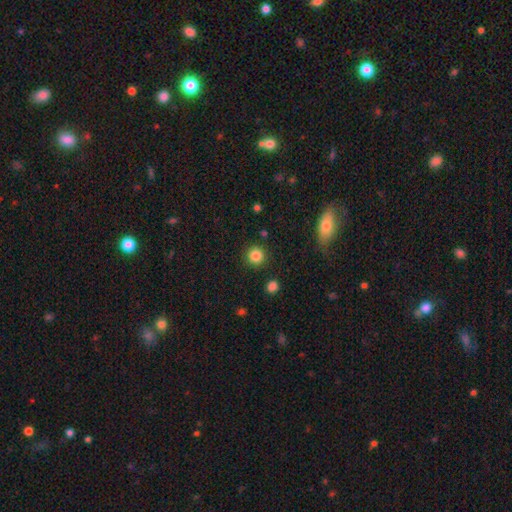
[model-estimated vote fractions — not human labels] Smooth or featured? smooth (85%)
How rounded? round (94%)
Merging? none (90%)